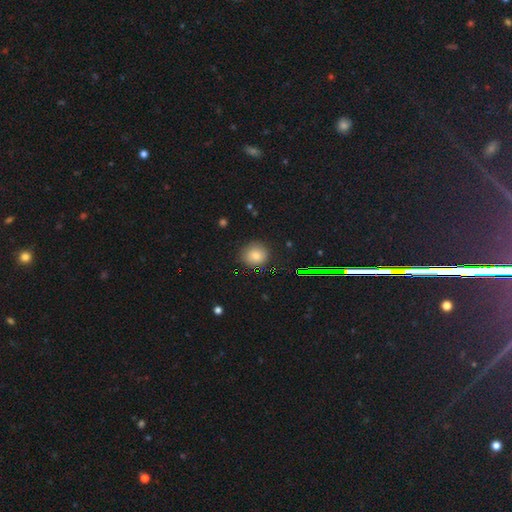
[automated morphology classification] This appears to be a smooth galaxy with no disk features (76%) that is round (87%). Merging: none (86%).